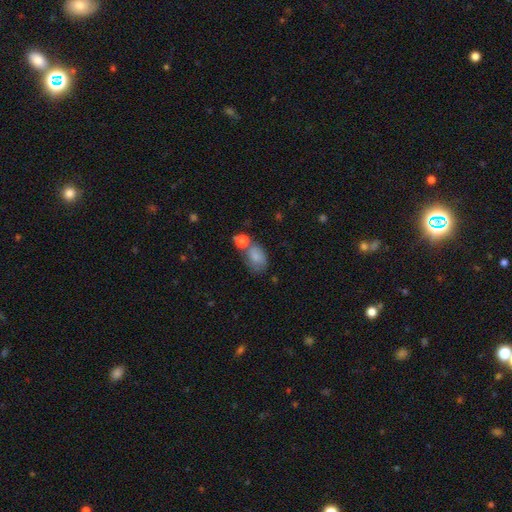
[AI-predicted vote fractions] A smooth galaxy with no disk features (79%) that is in between round and cigar-shaped (82%).

Vote fractions:
- Smooth or featured? smooth: 79% / featured or disk: 12% / star or artifact: 10%
- How rounded? in between: 82% / round: 16% / cigar-shaped: 1%
- Merging? none: 39% / merger: 28% / minor disturbance: 22% / major disturbance: 11%